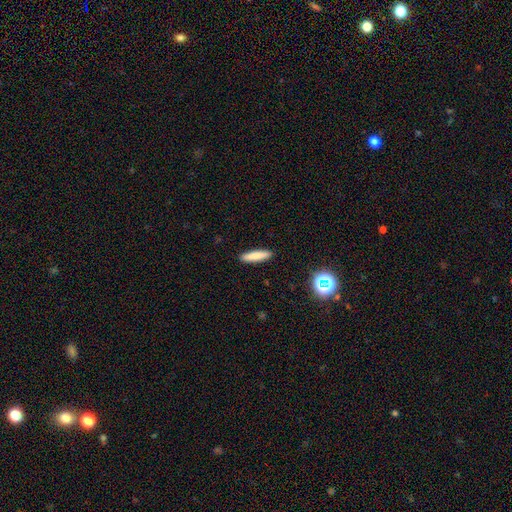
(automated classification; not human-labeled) Smooth or featured?
  - smooth: 83% *
  - featured or disk: 10%
  - star or artifact: 7%
How rounded?
  - cigar-shaped: 83% *
  - in between: 16%
  - round: 1%
Merging?
  - none: 91% *
  - minor disturbance: 6%
  - major disturbance: 1%
  - merger: 1%